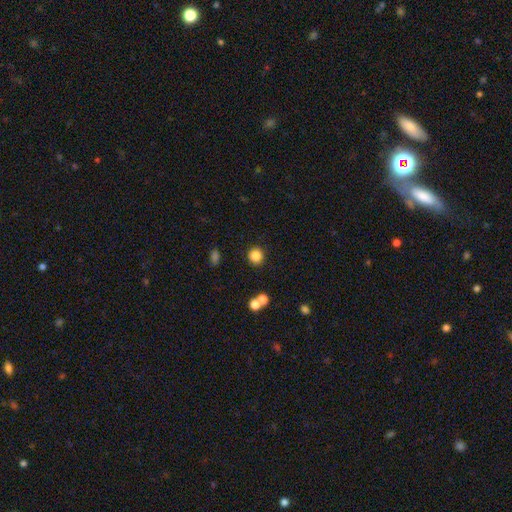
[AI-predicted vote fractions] The model was most divided on "smooth or featured": smooth: 84%, star or artifact: 12%, featured or disk: 4%. More confident: how rounded — round (91%); merging — none (86%).